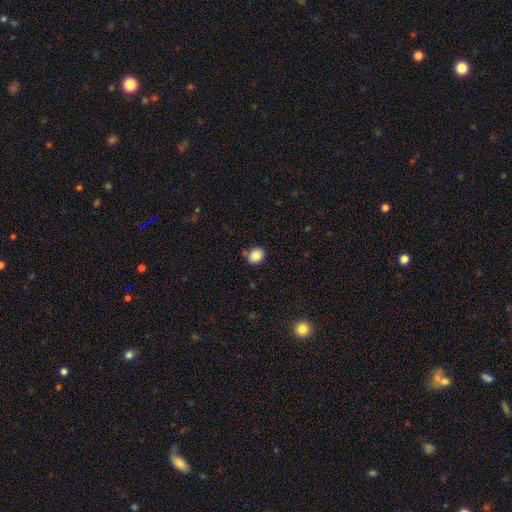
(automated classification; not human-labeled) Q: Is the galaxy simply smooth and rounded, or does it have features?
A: smooth — 85%.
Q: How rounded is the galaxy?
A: round — 72%.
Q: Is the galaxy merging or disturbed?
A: none — 78%.